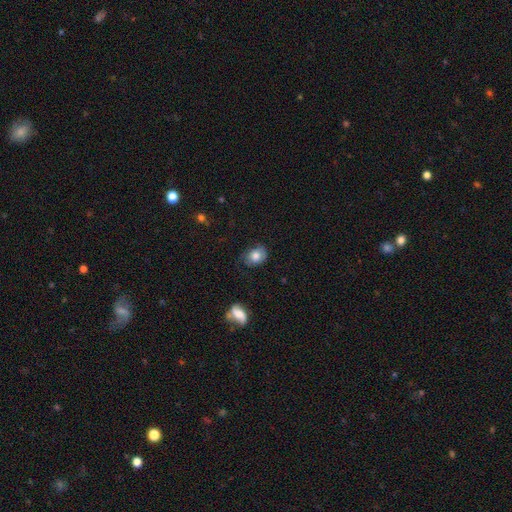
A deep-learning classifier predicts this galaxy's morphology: Smooth or featured?
  - smooth: 74% *
  - featured or disk: 18%
  - star or artifact: 8%
How rounded?
  - in between: 61% *
  - round: 38%
  - cigar-shaped: 1%
Merging?
  - none: 59% *
  - minor disturbance: 30%
  - major disturbance: 9%
  - merger: 2%